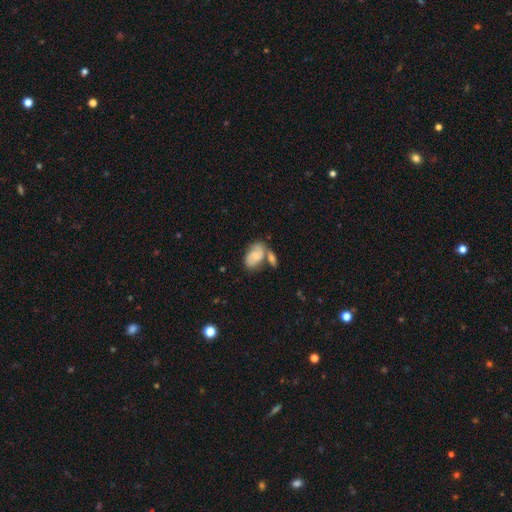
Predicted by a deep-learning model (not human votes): Smooth or featured? smooth (54%)
How rounded? in between (90%)
Merging? none (37%)